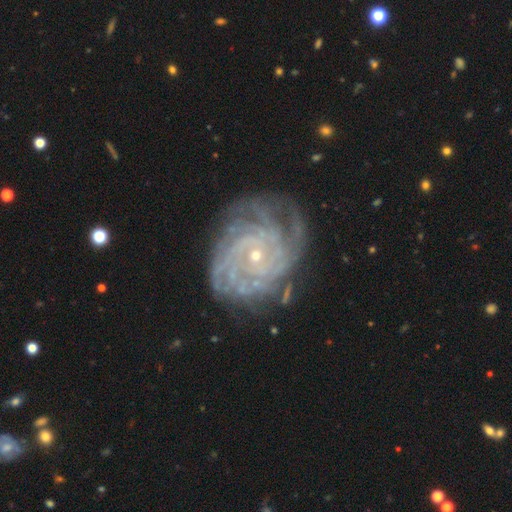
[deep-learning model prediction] A featured or disk galaxy (90%) with no bar (71%), 4 (26%) tight (80%) spiral arms (98%) and a small central bulge (83%).

Vote fractions:
- Smooth or featured? featured or disk: 90% / star or artifact: 6% / smooth: 4%
- Edge-on disk? no: 97% / yes: 3%
- Bar? no: 71% / weak: 22% / strong: 7%
- Spiral arms? yes: 98% / no: 2%
- Spiral winding? tight: 80% / medium: 17% / loose: 3%
- Spiral arm count? 4: 26% / more than 4: 22% / can't tell: 22% / 3: 13% / 2: 10% / 1: 7%
- Bulge size? small: 83% / moderate: 14% / none: 1% / large: 1% / dominant: 1%
- Merging? none: 72% / minor disturbance: 19% / major disturbance: 8% / merger: 2%